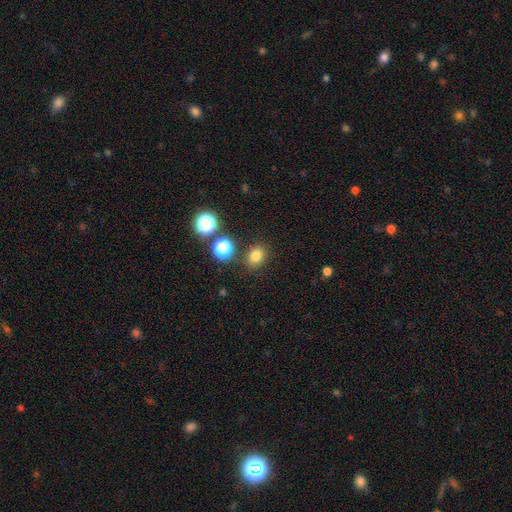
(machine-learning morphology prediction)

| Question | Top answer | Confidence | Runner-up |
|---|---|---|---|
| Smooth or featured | smooth | 78% | star or artifact (16%) |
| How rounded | round | 50% | in between (49%) |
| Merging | none | 82% | minor disturbance (10%) |